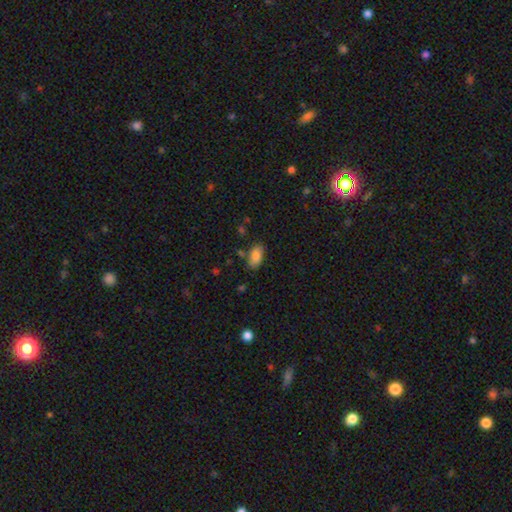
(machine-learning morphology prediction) Overall: smooth (84%). How rounded: in between (92%). Merging: none (75%).